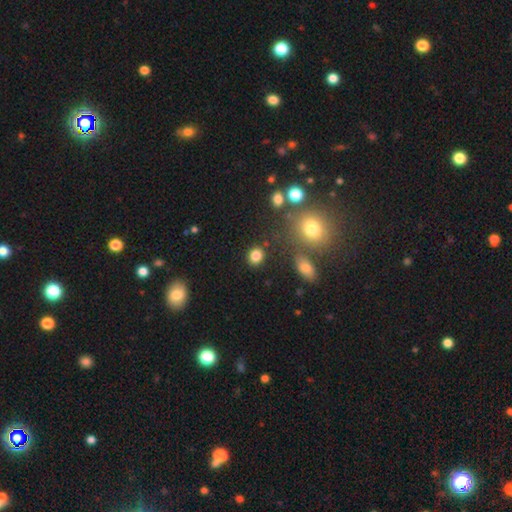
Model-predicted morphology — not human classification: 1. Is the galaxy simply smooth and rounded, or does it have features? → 83% smooth, 12% star or artifact, 5% featured or disk.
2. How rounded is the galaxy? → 64% round, 34% in between, 1% cigar-shaped.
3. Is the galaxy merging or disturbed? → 83% none, 9% minor disturbance, 5% merger, 3% major disturbance.